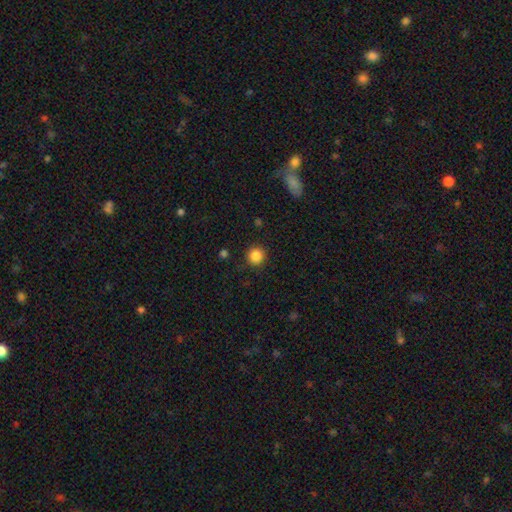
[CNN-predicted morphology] smooth_or_featured: smooth (p=0.86) [alt: star or artifact p=0.10]
how_rounded: round (p=0.94) [alt: in between p=0.05]
merging: none (p=0.90) [alt: minor disturbance p=0.06]